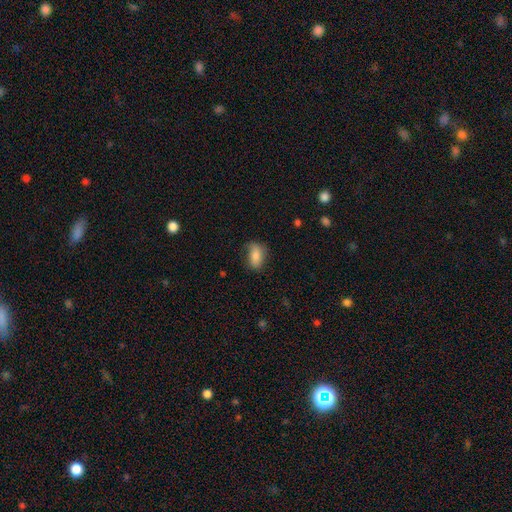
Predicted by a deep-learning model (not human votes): This is clearly a smooth galaxy (80%). How rounded: clearly in between (86%). Merging: likely none (70%).